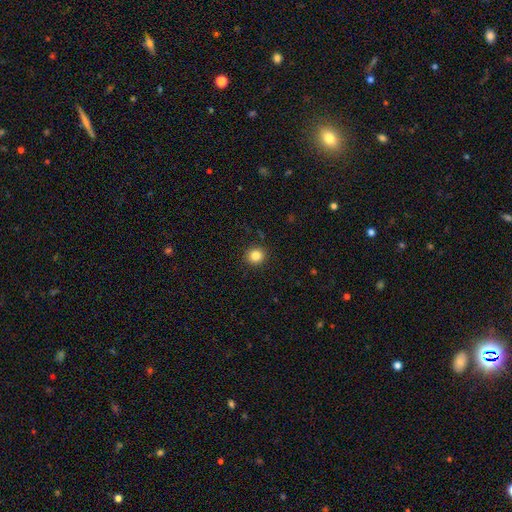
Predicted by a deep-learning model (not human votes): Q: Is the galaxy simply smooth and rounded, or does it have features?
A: smooth — 84%.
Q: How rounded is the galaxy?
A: round — 89%.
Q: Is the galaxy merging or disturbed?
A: none — 91%.